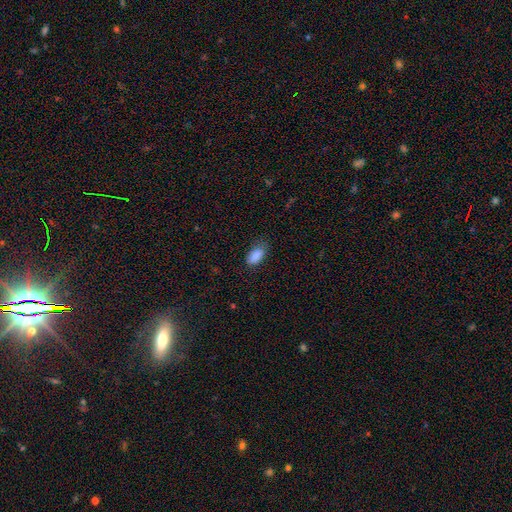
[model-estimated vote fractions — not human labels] Q: Smooth or featured?
A: smooth (88%); runner-up: star or artifact (8%)
Q: How rounded?
A: in between (91%); runner-up: cigar-shaped (5%)
Q: Merging?
A: none (71%); runner-up: minor disturbance (23%)